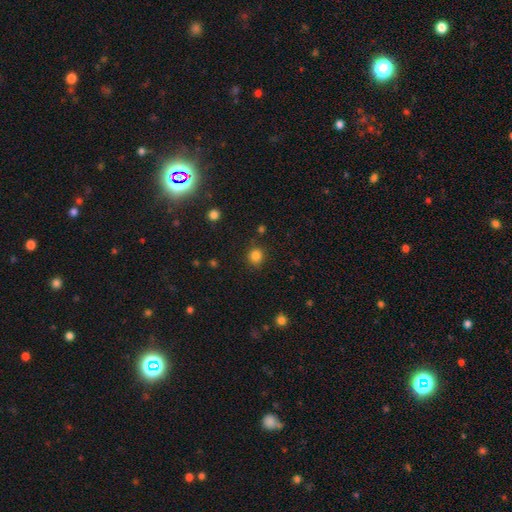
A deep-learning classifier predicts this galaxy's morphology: A smooth galaxy with no disk features (83%) that is round (86%). Merging: none (86%).